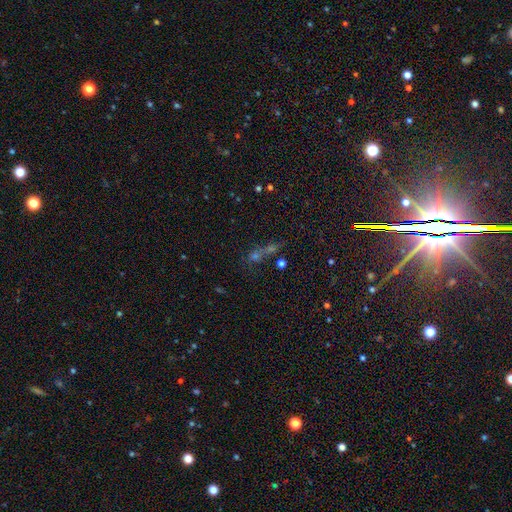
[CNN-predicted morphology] Smooth or featured?
  - smooth: 44% *
  - star or artifact: 38%
  - featured or disk: 18%
Merging?
  - merger: 44% *
  - none: 37%
  - major disturbance: 10%
  - minor disturbance: 10%